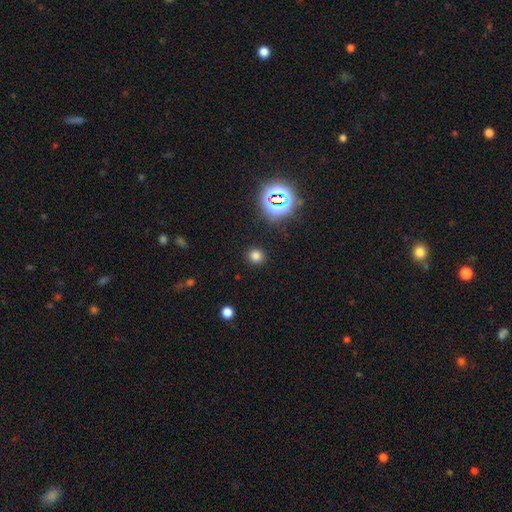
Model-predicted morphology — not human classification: type=smooth (74%); roundness=round (85%); merging=none (90%).